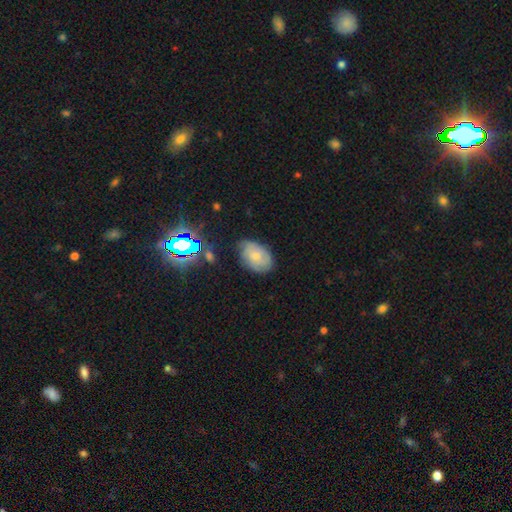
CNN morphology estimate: smooth 62%, featured or disk 27%, star or artifact 11%. Down the decision tree: how rounded — in between (83%); merging — none (66%).